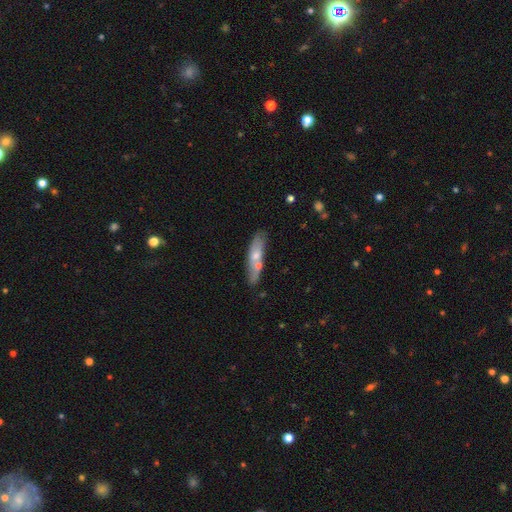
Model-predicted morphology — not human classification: smooth 50%, featured or disk 43%, star or artifact 7%. Down the decision tree: how rounded — cigar-shaped (73%); merging — none (69%).